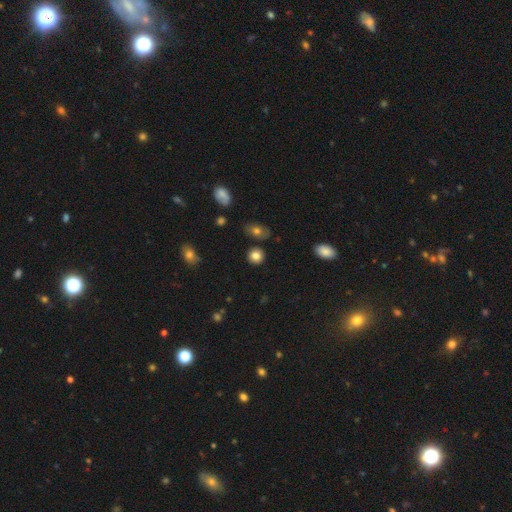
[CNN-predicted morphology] This is clearly a smooth galaxy (83%). How rounded: clearly round (84%). Merging: clearly none (85%).